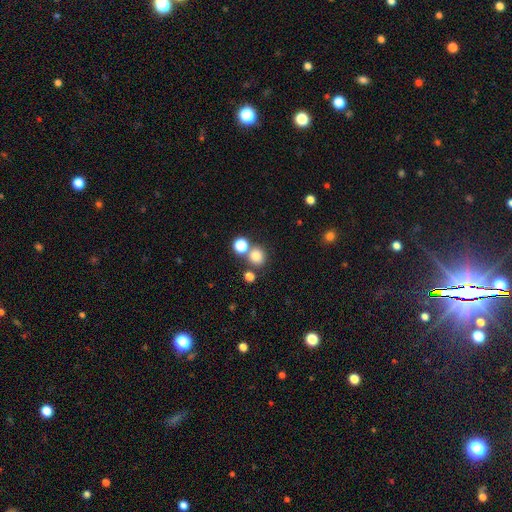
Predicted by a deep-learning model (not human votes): Overall: smooth (80%). How rounded: round (86%). Merging: none (66%).